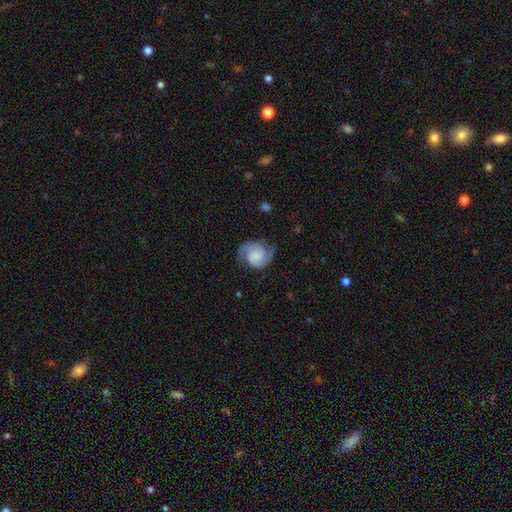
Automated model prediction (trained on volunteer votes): Morphology: type=featured or disk (78%); edge-on=no (98%); bar=no (63%); spiral arms=yes (96%); winding=medium (48%); arm count=2 (89%); bulge=none (47%); merging=none (72%).